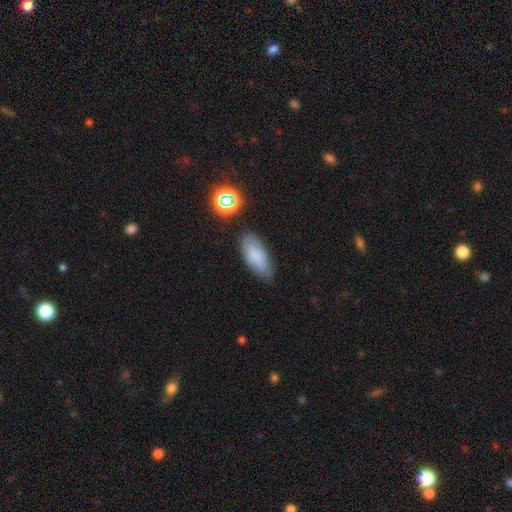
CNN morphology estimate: The model was most divided on "merging": none: 76%, minor disturbance: 17%, major disturbance: 4%, merger: 3%. More confident: how rounded — in between (80%); smooth or featured — smooth (78%).